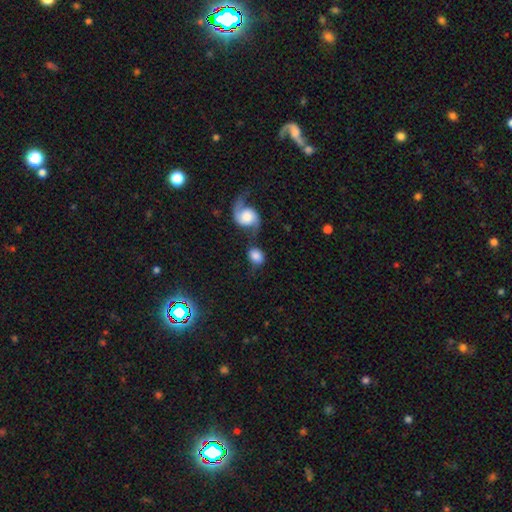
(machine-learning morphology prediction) smooth_or_featured: smooth (p=0.68) [alt: featured or disk p=0.24]
how_rounded: round (p=0.56) [alt: in between p=0.43]
merging: none (p=0.46) [alt: merger p=0.29]